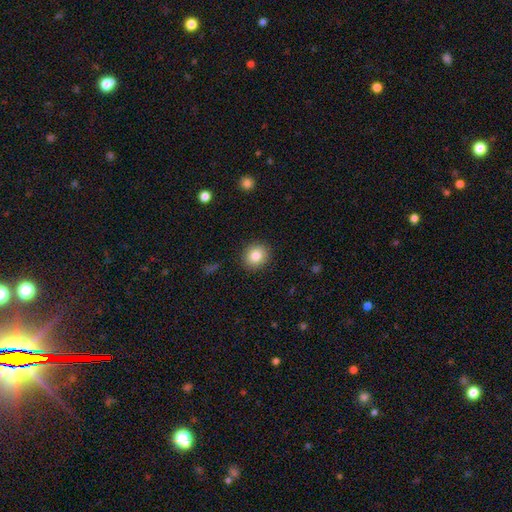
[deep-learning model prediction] smooth-or-featured: smooth: 84% | star or artifact: 9% | featured or disk: 7%
  how-rounded: round: 81% | in between: 18% | cigar-shaped: 1%
  merging: none: 90% | minor disturbance: 6% | major disturbance: 2% | merger: 1%